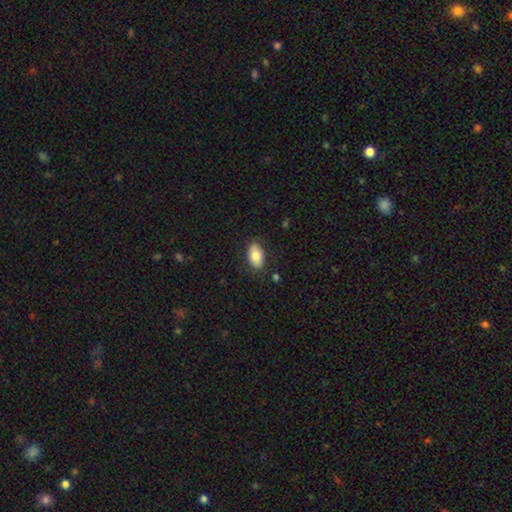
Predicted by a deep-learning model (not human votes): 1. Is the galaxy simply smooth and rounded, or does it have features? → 80% smooth, 13% featured or disk, 7% star or artifact.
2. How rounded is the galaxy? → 91% in between, 7% round, 2% cigar-shaped.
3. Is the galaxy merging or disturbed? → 82% none, 13% minor disturbance, 3% major disturbance, 1% merger.